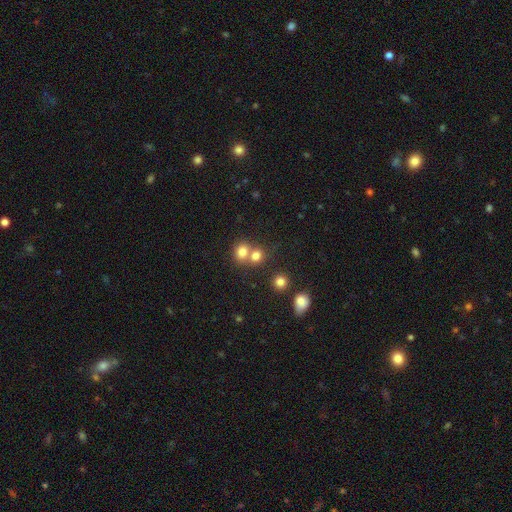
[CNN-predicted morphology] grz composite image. It shows a smooth galaxy with no disk features (77%) that is round (71%). Merging: merger (51%).